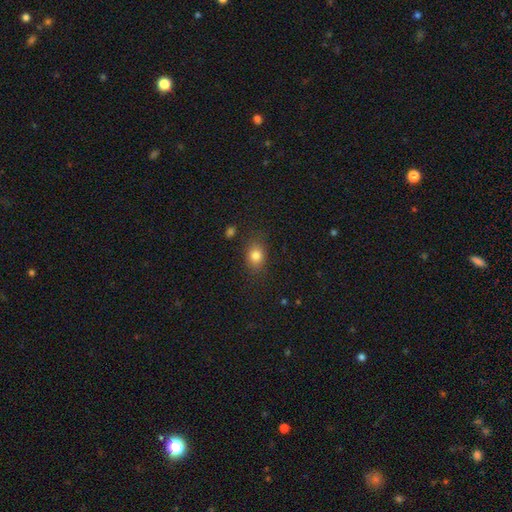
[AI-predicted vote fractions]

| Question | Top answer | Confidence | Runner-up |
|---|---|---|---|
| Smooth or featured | smooth | 81% | star or artifact (11%) |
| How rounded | in between | 57% | round (42%) |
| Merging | none | 81% | minor disturbance (13%) |